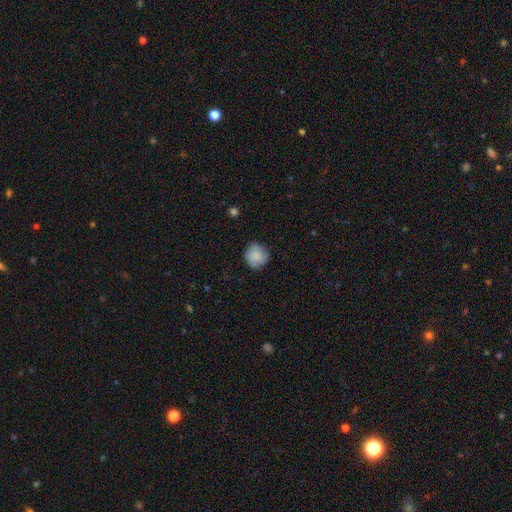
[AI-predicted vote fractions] smooth-or-featured: smooth: 82% | featured or disk: 11% | star or artifact: 7%
  how-rounded: round: 87% | in between: 12% | cigar-shaped: 1%
  merging: none: 79% | minor disturbance: 16% | major disturbance: 3% | merger: 1%